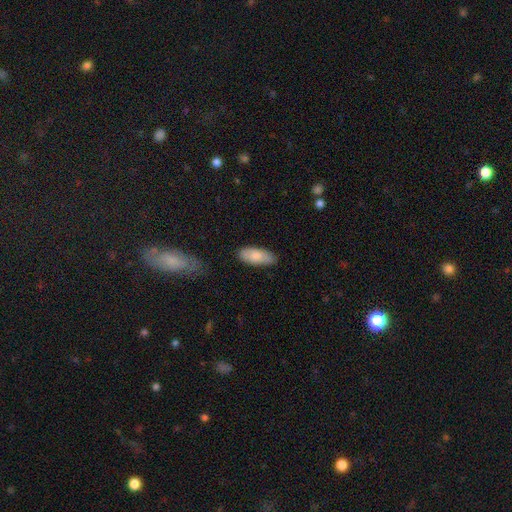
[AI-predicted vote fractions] A smooth galaxy with no disk features (82%) that is in between round and cigar-shaped (83%). Merging: none (81%).